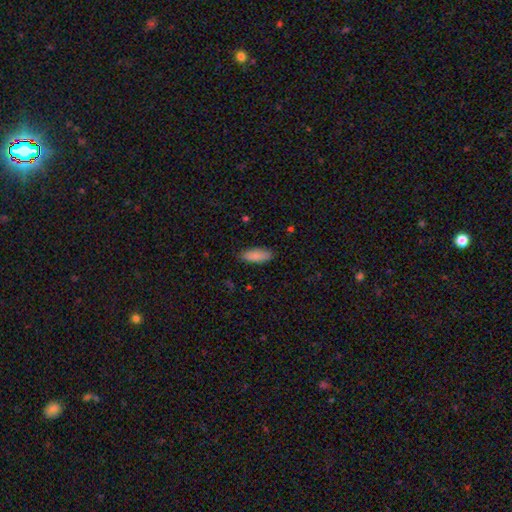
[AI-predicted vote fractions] Smooth or featured: smooth — 87% (featured or disk — 7%)
How rounded: in between — 75% (cigar-shaped — 23%)
Merging: none — 86% (minor disturbance — 11%)